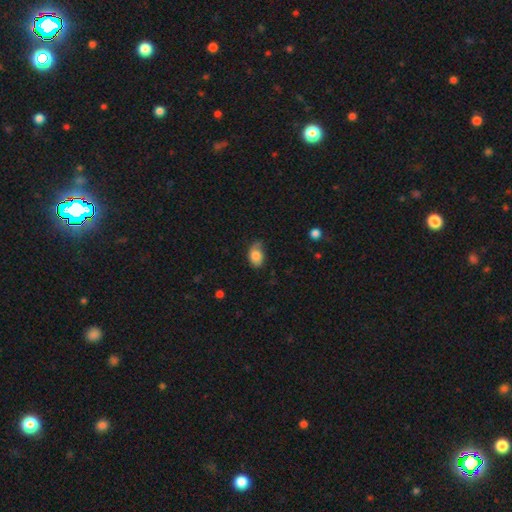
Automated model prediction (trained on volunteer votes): Smooth or featured? Predicted: smooth (p=0.77). How rounded? Predicted: in between (p=0.85). Merging? Predicted: none (p=0.55).